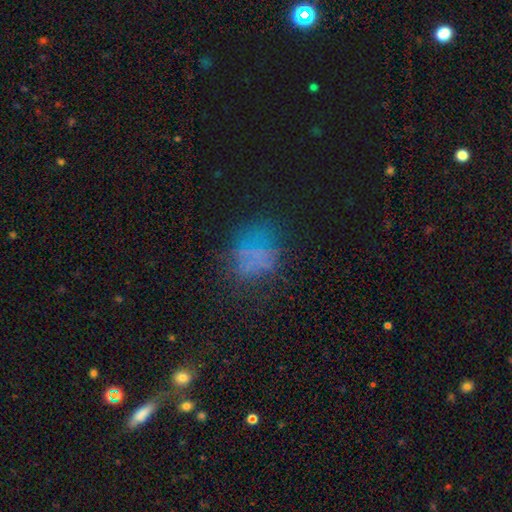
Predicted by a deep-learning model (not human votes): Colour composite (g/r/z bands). It shows a smooth galaxy with no disk features (42%). Merging: none (60%).